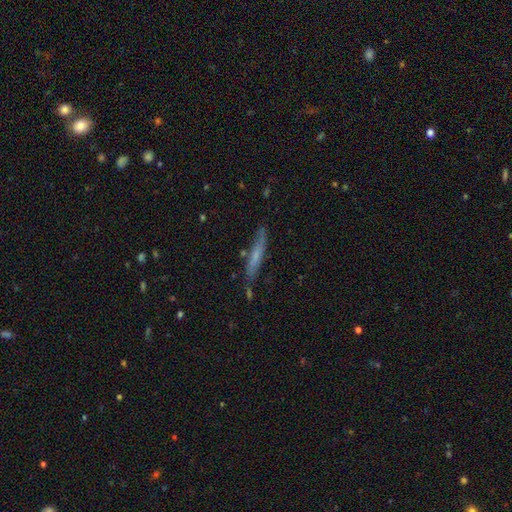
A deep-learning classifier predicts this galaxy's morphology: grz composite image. It shows a smooth galaxy with no disk features (50%). Merging: none (76%).